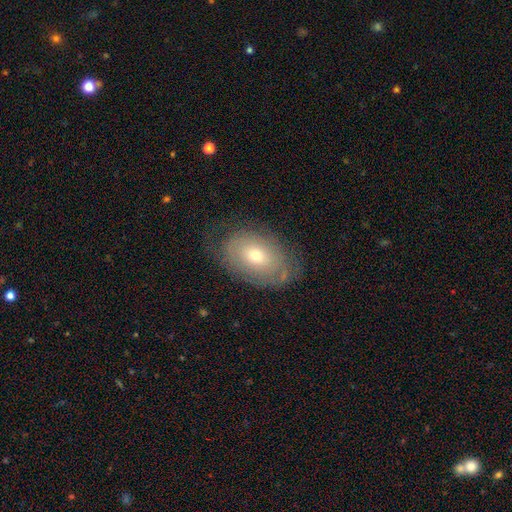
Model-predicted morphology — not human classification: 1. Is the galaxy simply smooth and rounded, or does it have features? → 52% smooth, 39% featured or disk, 8% star or artifact.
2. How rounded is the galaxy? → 83% in between, 16% round, 1% cigar-shaped.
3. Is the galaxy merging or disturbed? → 66% none, 23% minor disturbance, 10% major disturbance, 1% merger.